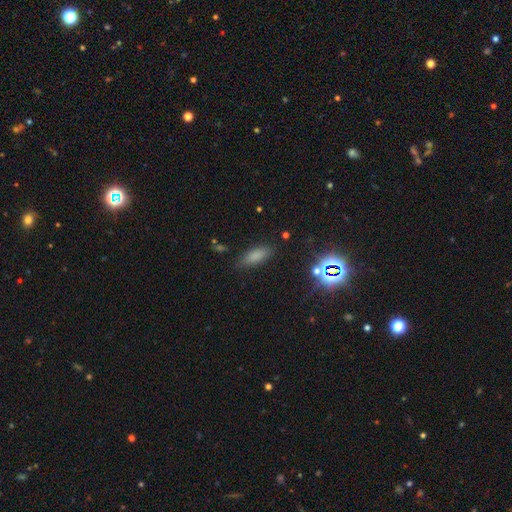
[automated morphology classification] Smooth or featured?
  - smooth: 78% *
  - star or artifact: 15%
  - featured or disk: 8%
How rounded?
  - in between: 71% *
  - cigar-shaped: 26%
  - round: 3%
Merging?
  - none: 81% *
  - minor disturbance: 13%
  - major disturbance: 4%
  - merger: 2%